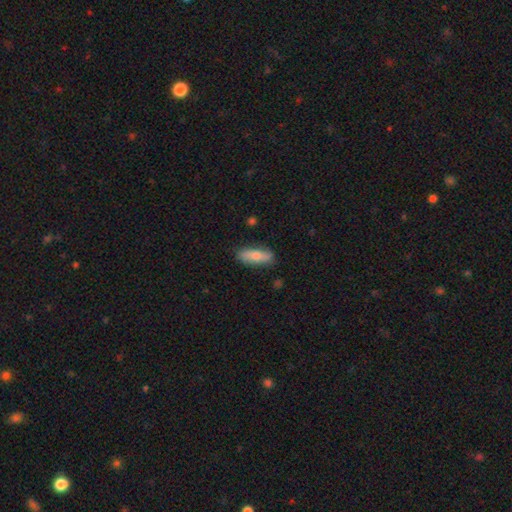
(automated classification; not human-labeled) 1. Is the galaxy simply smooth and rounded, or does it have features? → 71% smooth, 23% featured or disk, 6% star or artifact.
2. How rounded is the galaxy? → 64% in between, 34% cigar-shaped, 3% round.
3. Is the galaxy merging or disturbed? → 82% none, 14% minor disturbance, 2% major disturbance, 2% merger.